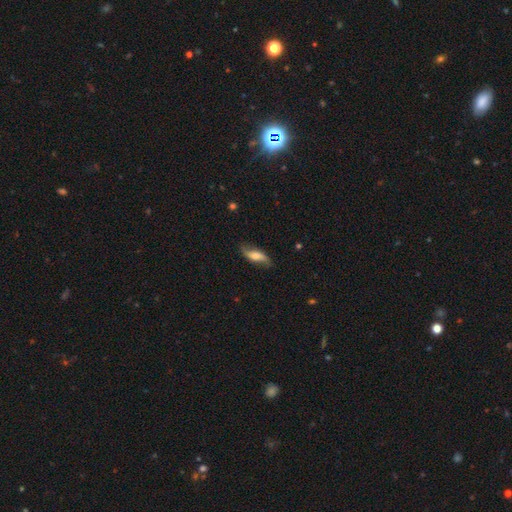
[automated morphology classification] smooth-or-featured: featured or disk: 61% | smooth: 33% | star or artifact: 7%
  disk-edge-on: no: 80% | yes: 20%
  merging: none: 77% | minor disturbance: 17% | major disturbance: 5% | merger: 1%